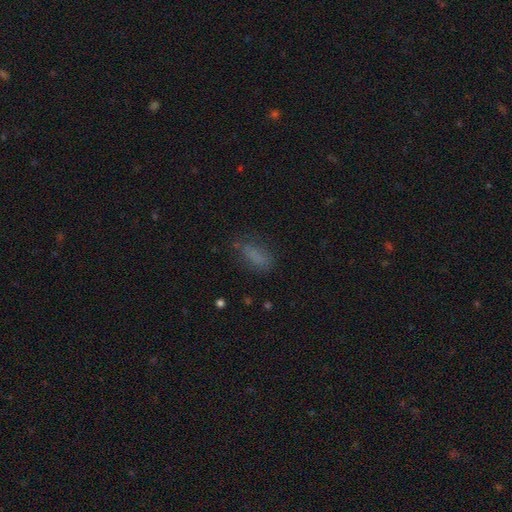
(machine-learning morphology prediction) smooth_or_featured: smooth (p=0.75) [alt: star or artifact p=0.14]
how_rounded: in between (p=0.70) [alt: cigar-shaped p=0.26]
merging: none (p=0.63) [alt: minor disturbance p=0.22]